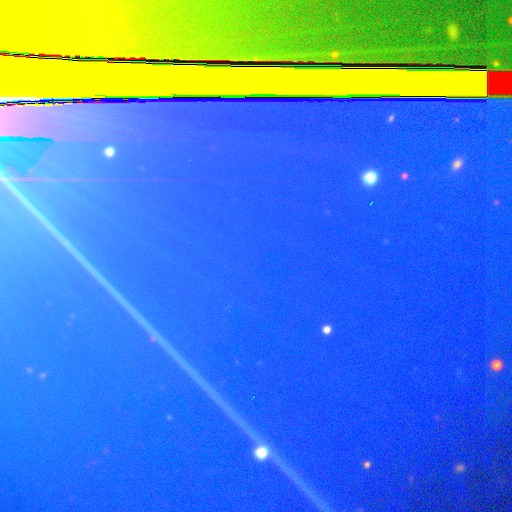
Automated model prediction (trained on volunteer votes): star or artifact 85%, smooth 8%, featured or disk 7%.